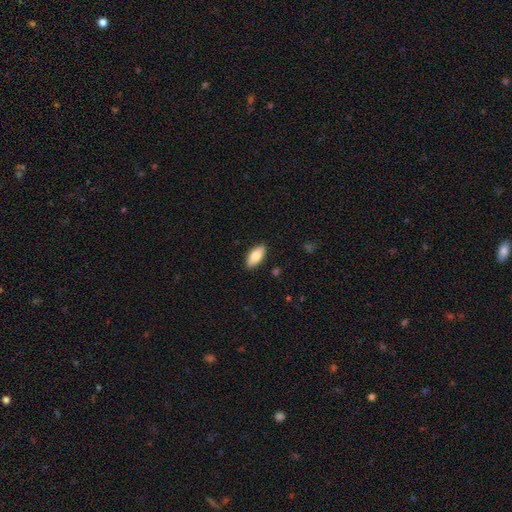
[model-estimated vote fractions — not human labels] Morphology: type=smooth (80%); roundness=in between (88%); merging=none (89%).